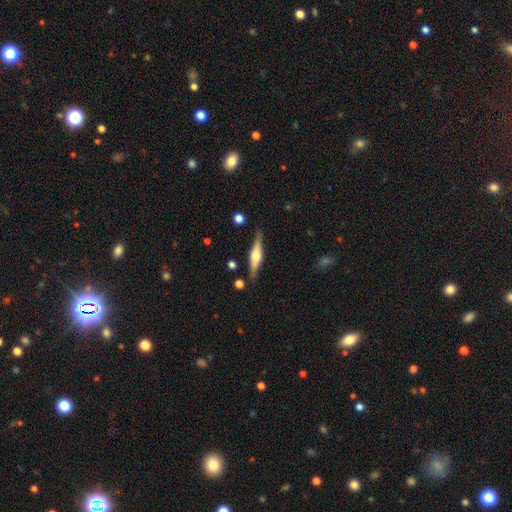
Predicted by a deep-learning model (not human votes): featured or disk 71%, smooth 23%, star or artifact 6%. Down the decision tree: edge-on disk — yes (97%); edge-on bulge — rounded (89%); merging — none (86%).